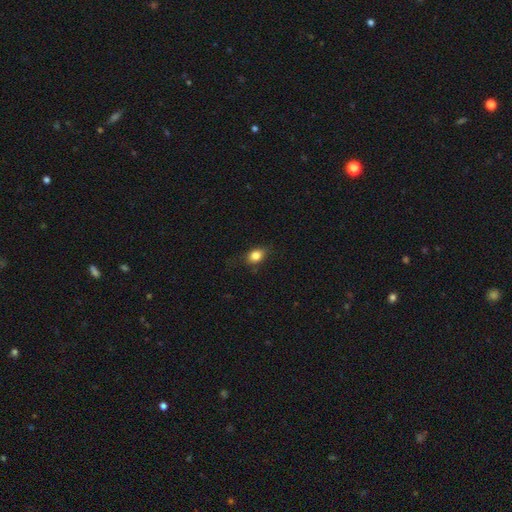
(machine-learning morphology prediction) smooth-or-featured: smooth: 83% | star or artifact: 10% | featured or disk: 8%
  how-rounded: in between: 64% | round: 34% | cigar-shaped: 2%
  merging: none: 73% | minor disturbance: 21% | major disturbance: 5% | merger: 1%